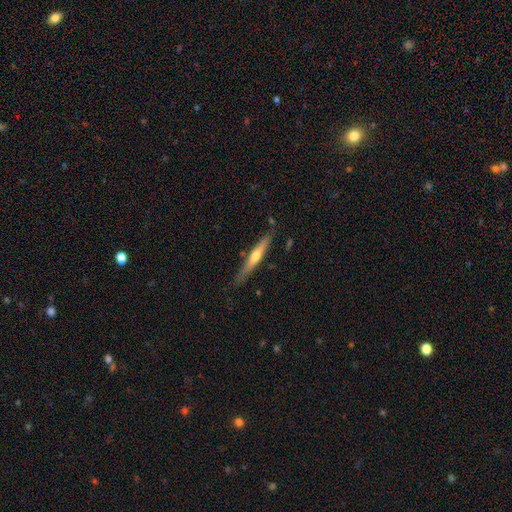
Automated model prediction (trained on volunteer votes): Q: Smooth or featured?
A: featured or disk (58%); runner-up: smooth (37%)
Q: Edge-on disk?
A: yes (95%); runner-up: no (5%)
Q: Edge-on bulge?
A: rounded (81%); runner-up: none (15%)
Q: Merging?
A: none (81%); runner-up: minor disturbance (14%)